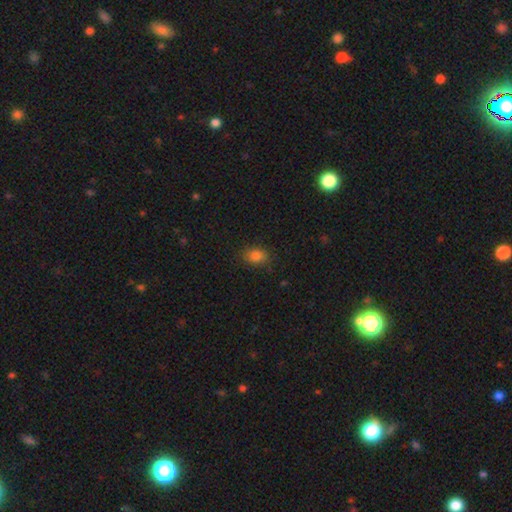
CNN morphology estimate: Overall: smooth (84%). How rounded: in between (74%). Merging: none (84%).